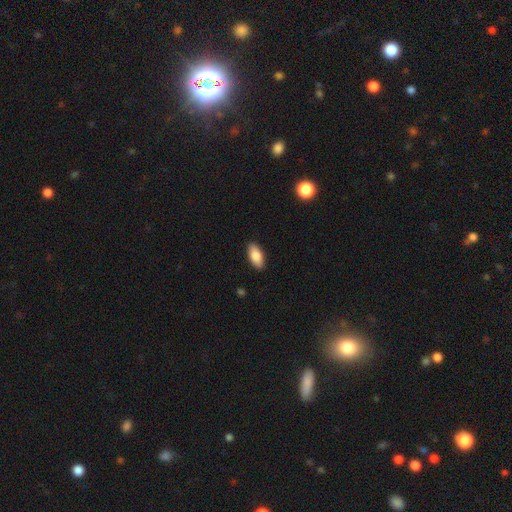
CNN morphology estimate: smooth-or-featured: smooth: 83% | featured or disk: 11% | star or artifact: 6%
  how-rounded: in between: 89% | cigar-shaped: 9% | round: 2%
  merging: none: 89% | minor disturbance: 8% | major disturbance: 2% | merger: 1%